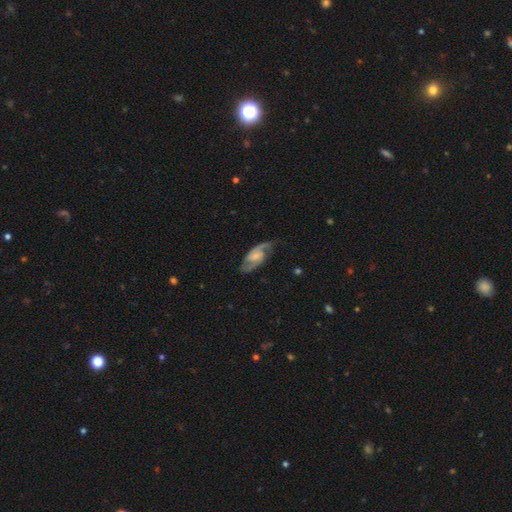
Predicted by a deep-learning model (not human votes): The model was most divided on "bar": no: 46%, weak: 43%, strong: 11%. Remaining: spiral arms — yes (97%); edge-on disk — no (96%); spiral arm count — 2 (92%); smooth or featured — featured or disk (86%); merging — none (77%); spiral winding — medium (54%); bulge size — small (46%).